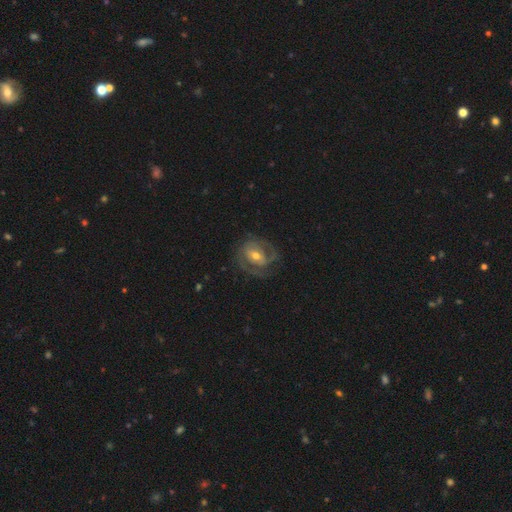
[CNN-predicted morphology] smooth_or_featured: featured or disk (p=0.78) [alt: smooth p=0.16]
disk_edge_on: no (p=0.97) [alt: yes p=0.03]
bar: weak (p=0.42) [alt: no p=0.32]
has_spiral_arms: yes (p=0.84) [alt: no p=0.16]
spiral_winding: tight (p=0.46) [alt: medium p=0.40]
spiral_arm_count: 2 (p=0.61) [alt: can't tell p=0.18]
bulge_size: moderate (p=0.64) [alt: small p=0.30]
merging: none (p=0.67) [alt: minor disturbance p=0.18]